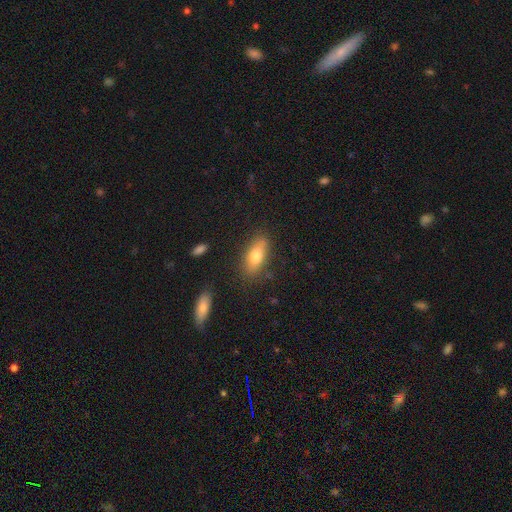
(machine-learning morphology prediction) Smooth or featured? Predicted: smooth (p=0.72). How rounded? Predicted: in between (p=0.78). Merging? Predicted: none (p=0.81).